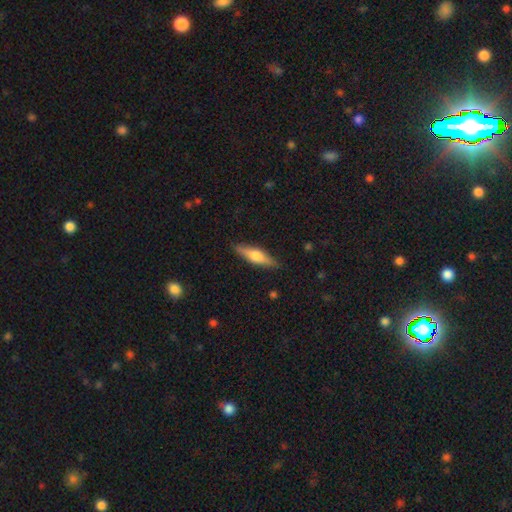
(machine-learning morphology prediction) Smooth or featured? smooth (49%)
Merging? none (88%)